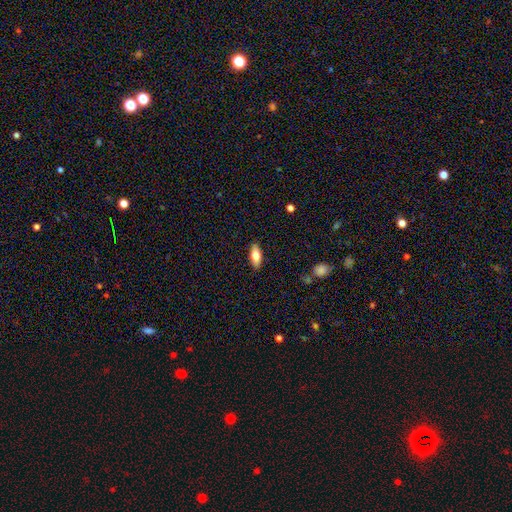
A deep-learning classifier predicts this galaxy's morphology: This is likely a smooth galaxy (77%). How rounded: clearly in between (81%). Merging: clearly none (88%).